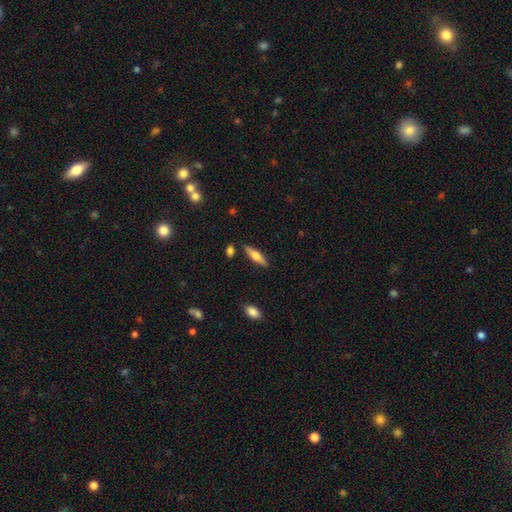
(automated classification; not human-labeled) Q: Smooth or featured?
A: featured or disk (47%); tied with: smooth (47%)
Q: Merging?
A: none (86%); runner-up: minor disturbance (9%)